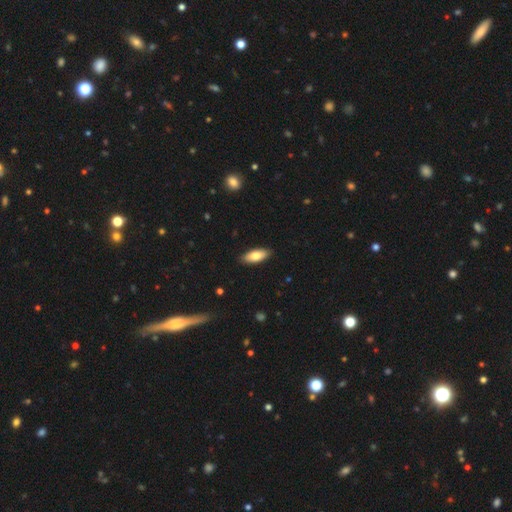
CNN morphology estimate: Smooth or featured: smooth — 79% (featured or disk — 15%)
How rounded: in between — 78% (cigar-shaped — 20%)
Merging: none — 88% (minor disturbance — 9%)